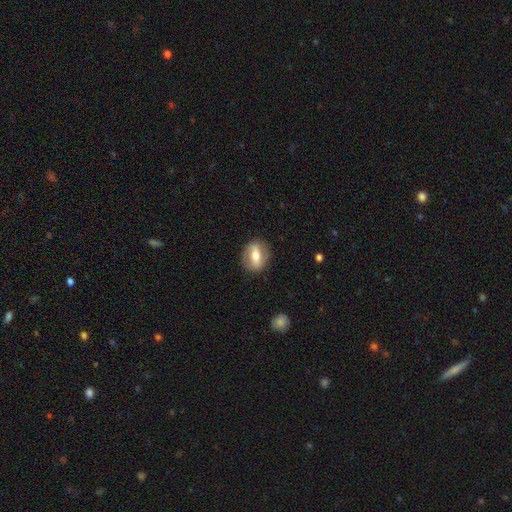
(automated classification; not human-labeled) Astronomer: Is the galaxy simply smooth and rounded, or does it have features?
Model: smooth — 48% (runner-up: featured or disk, 45%).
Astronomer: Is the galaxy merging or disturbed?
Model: none — 85%.